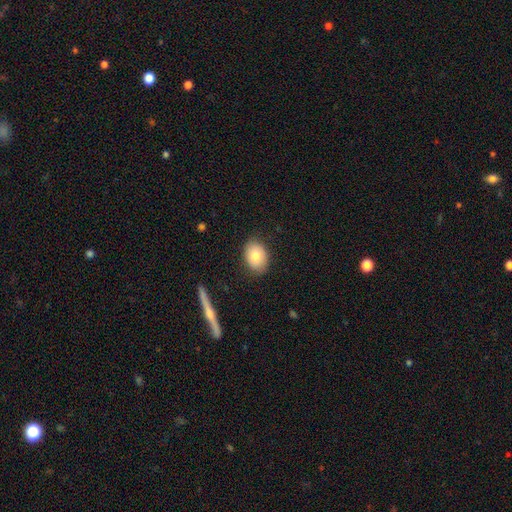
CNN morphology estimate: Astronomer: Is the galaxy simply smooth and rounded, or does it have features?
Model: smooth — 79%.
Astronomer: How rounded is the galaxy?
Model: in between — 67%.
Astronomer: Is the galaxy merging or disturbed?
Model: none — 84%.